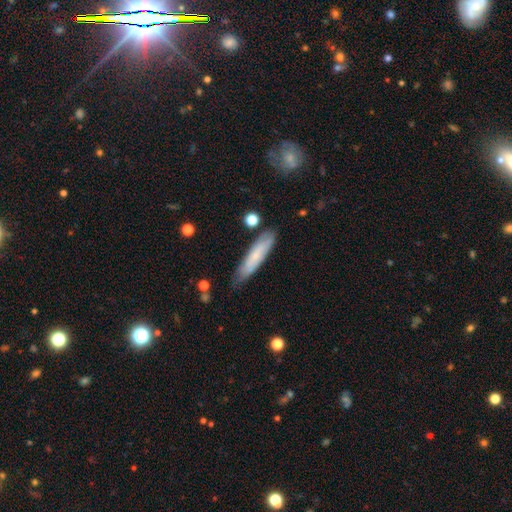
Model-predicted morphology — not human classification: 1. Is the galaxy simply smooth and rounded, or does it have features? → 64% smooth, 29% featured or disk, 6% star or artifact.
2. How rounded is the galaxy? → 80% cigar-shaped, 18% in between, 2% round.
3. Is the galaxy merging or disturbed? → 77% none, 17% minor disturbance, 3% major disturbance, 3% merger.